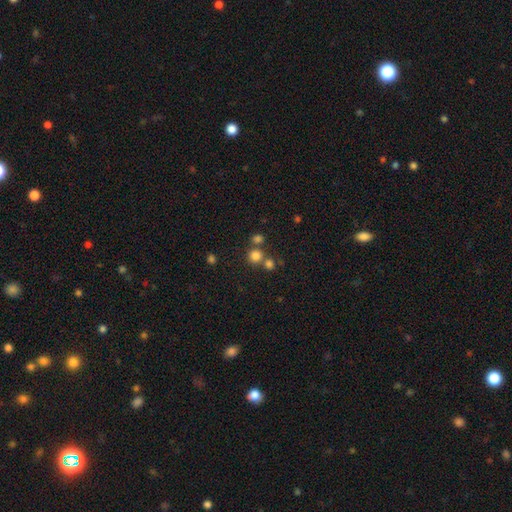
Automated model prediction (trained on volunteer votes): Smooth or featured? smooth (77%)
How rounded? round (90%)
Merging? none (64%)